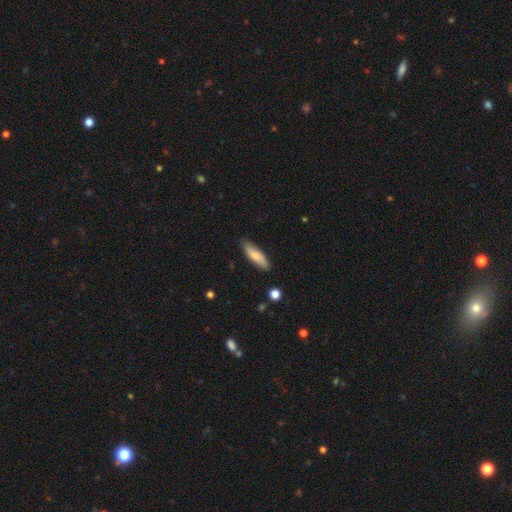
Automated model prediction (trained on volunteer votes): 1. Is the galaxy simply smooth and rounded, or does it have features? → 80% smooth, 15% featured or disk, 6% star or artifact.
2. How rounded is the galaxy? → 58% cigar-shaped, 40% in between, 2% round.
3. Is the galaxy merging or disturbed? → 84% none, 13% minor disturbance, 2% major disturbance, 1% merger.